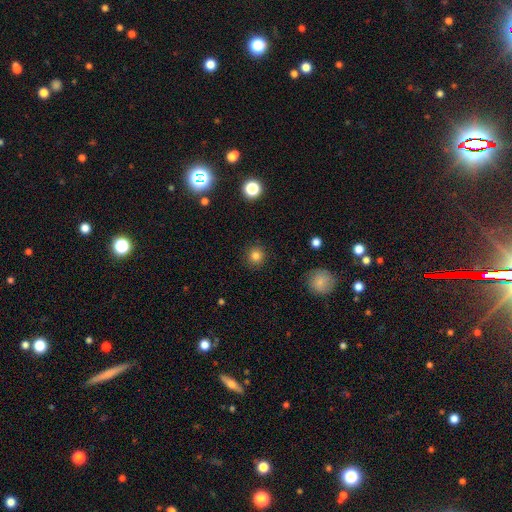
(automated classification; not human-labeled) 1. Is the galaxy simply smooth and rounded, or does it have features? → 81% smooth, 13% star or artifact, 6% featured or disk.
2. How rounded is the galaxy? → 93% round, 6% in between, 1% cigar-shaped.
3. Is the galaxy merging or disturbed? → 90% none, 6% minor disturbance, 2% major disturbance, 1% merger.